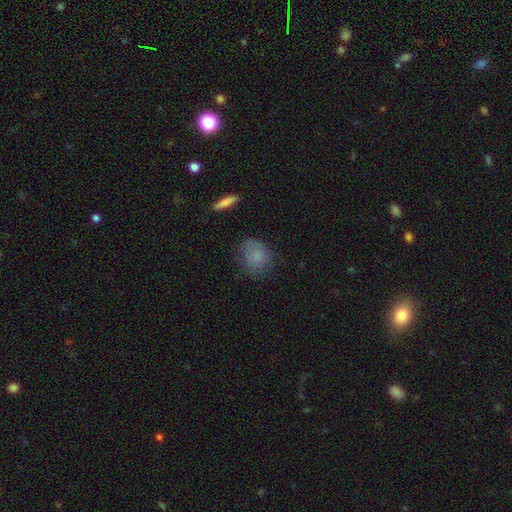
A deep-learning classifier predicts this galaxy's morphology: Smooth or featured? smooth (77%)
How rounded? round (51%)
Merging? none (62%)